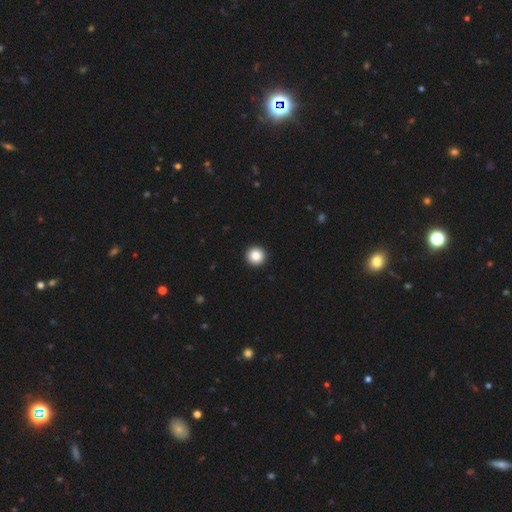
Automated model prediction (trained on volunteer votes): Smooth or featured? smooth (87%)
How rounded? round (96%)
Merging? none (94%)